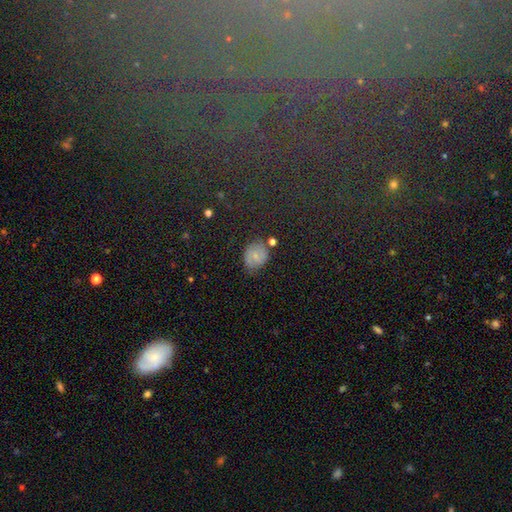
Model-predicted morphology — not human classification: Smooth or featured? Predicted: smooth (p=0.63). How rounded? Predicted: round (p=0.60). Merging? Predicted: none (p=0.68).